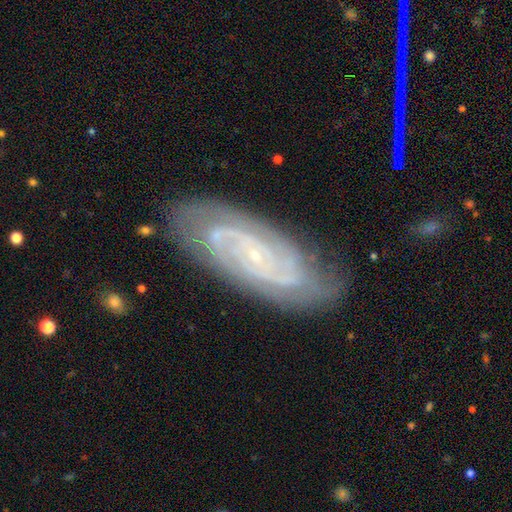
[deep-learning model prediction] The model was most divided on "spiral arm count": 2: 42%, can't tell: 20%, 3: 19%, 4: 9%, more than 4: 6%, 1: 5%. More confident: spiral arms — yes (97%); edge-on disk — no (94%); bulge size — small (87%); smooth or featured — featured or disk (86%); merging — none (79%); bar — no (63%); spiral winding — tight (60%).